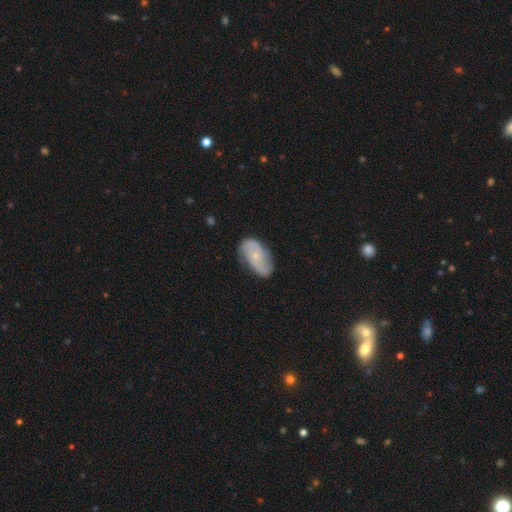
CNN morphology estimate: Smooth or featured? Predicted: featured or disk (p=0.67). Edge-on disk? Predicted: no (p=0.95). Bar? Predicted: no (p=0.71). Spiral arms? Predicted: yes (p=0.89). Spiral winding? Predicted: medium (p=0.39). Spiral arm count? Predicted: 2 (p=0.77). Bulge size? Predicted: small (p=0.75). Merging? Predicted: none (p=0.72).